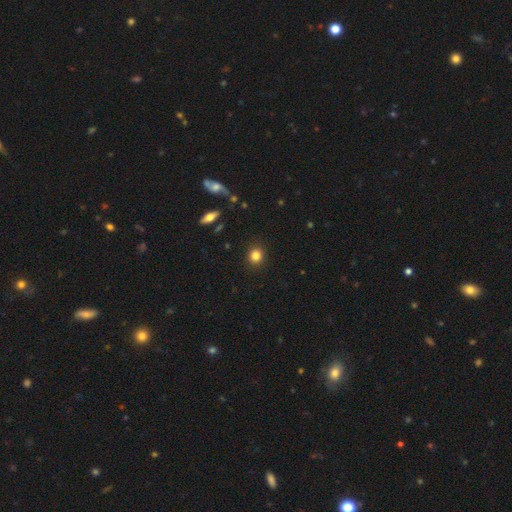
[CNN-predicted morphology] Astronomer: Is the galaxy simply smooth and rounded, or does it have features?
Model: smooth — 83%.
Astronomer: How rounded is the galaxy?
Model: round — 85%.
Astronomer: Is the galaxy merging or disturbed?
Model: none — 90%.